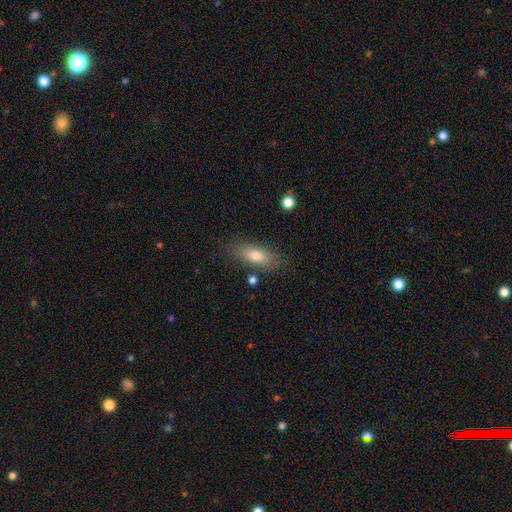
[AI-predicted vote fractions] Smooth or featured: smooth — 76% (featured or disk — 17%)
How rounded: in between — 70% (cigar-shaped — 27%)
Merging: none — 80% (minor disturbance — 13%)